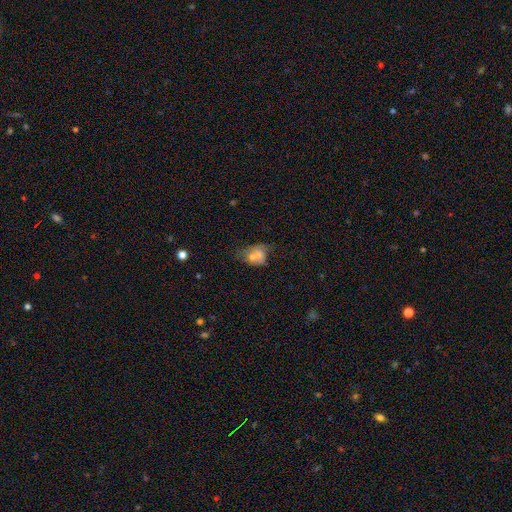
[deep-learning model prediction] smooth_or_featured: smooth (p=0.61) [alt: featured or disk p=0.27]
how_rounded: in between (p=0.63) [alt: round p=0.36]
merging: merger (p=0.36) [alt: none p=0.26]